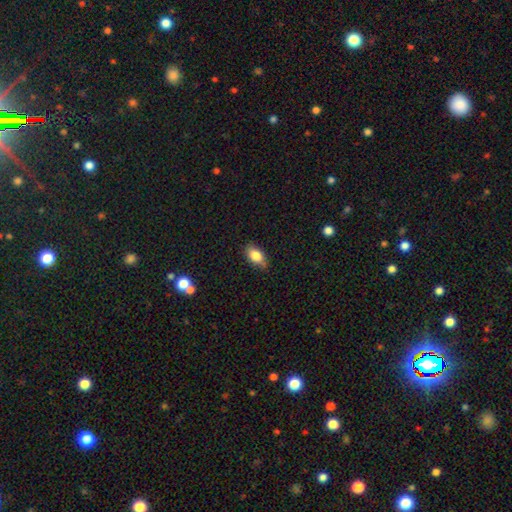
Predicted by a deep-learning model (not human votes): This appears to be a smooth galaxy with no disk features (82%) that is in between round and cigar-shaped (88%). Merging: none (77%).